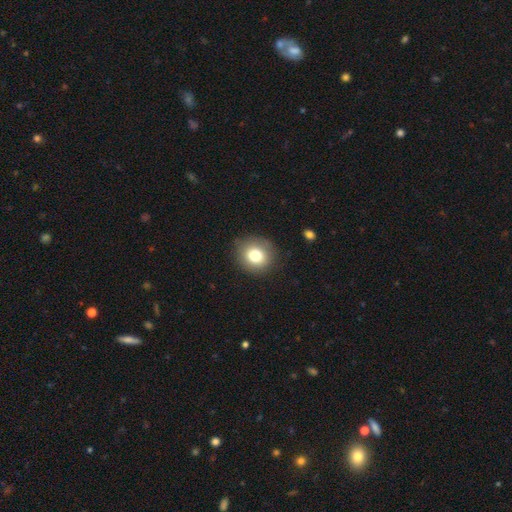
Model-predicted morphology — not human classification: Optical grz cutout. It shows a smooth galaxy with no disk features (78%) that is round (83%). Merging: none (87%).